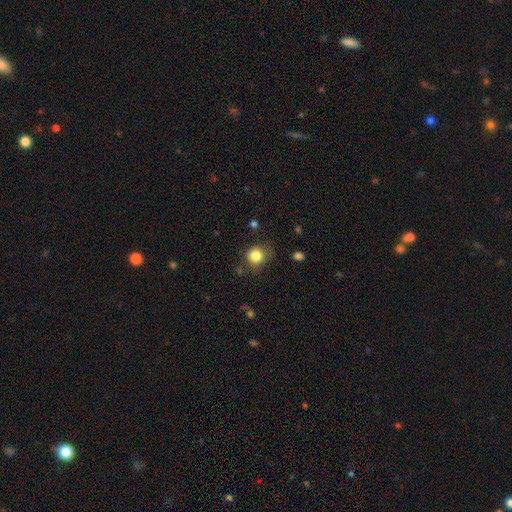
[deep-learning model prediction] Overall: smooth (83%). How rounded: round (82%). Merging: none (68%).